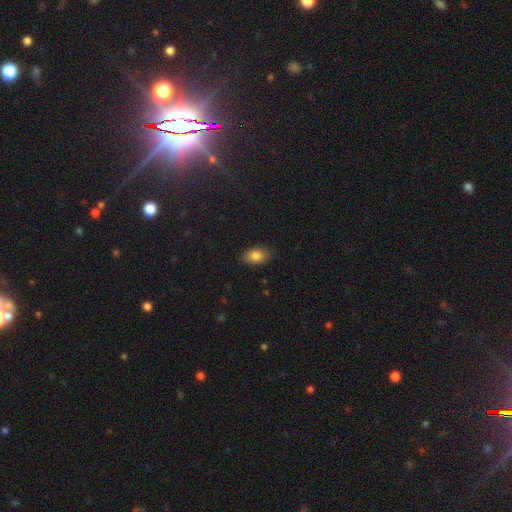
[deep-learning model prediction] Smooth or featured? Predicted: smooth (p=0.83). How rounded? Predicted: in between (p=0.89). Merging? Predicted: none (p=0.86).